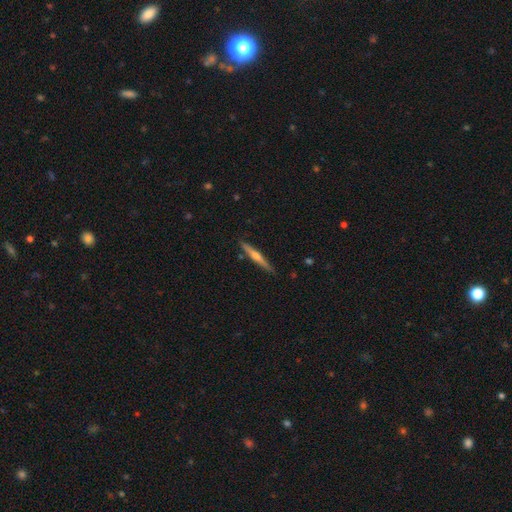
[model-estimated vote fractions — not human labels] Q: Smooth or featured?
A: featured or disk (63%); runner-up: smooth (32%)
Q: Edge-on disk?
A: yes (97%); runner-up: no (3%)
Q: Edge-on bulge?
A: rounded (84%); runner-up: none (12%)
Q: Merging?
A: none (88%); runner-up: minor disturbance (9%)